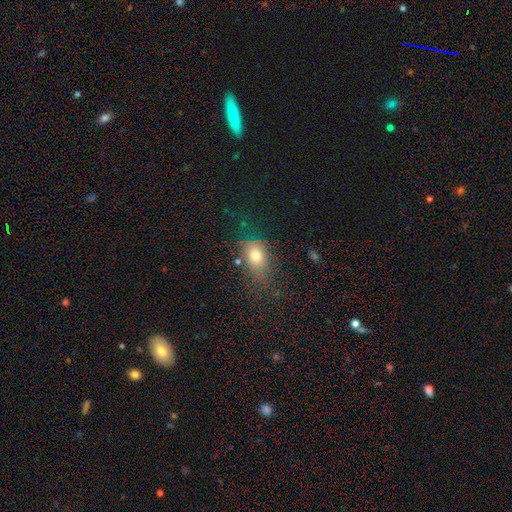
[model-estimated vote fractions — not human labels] smooth 76%, star or artifact 13%, featured or disk 11%. Down the decision tree: how rounded — in between (69%); merging — none (64%).